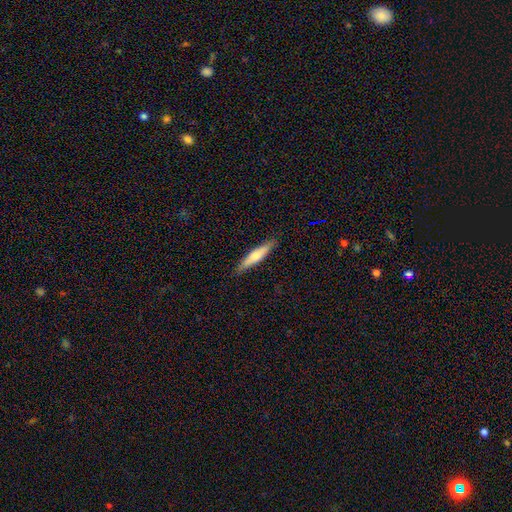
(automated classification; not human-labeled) Morphology: type=smooth (54%); roundness=cigar-shaped (86%); merging=none (89%).